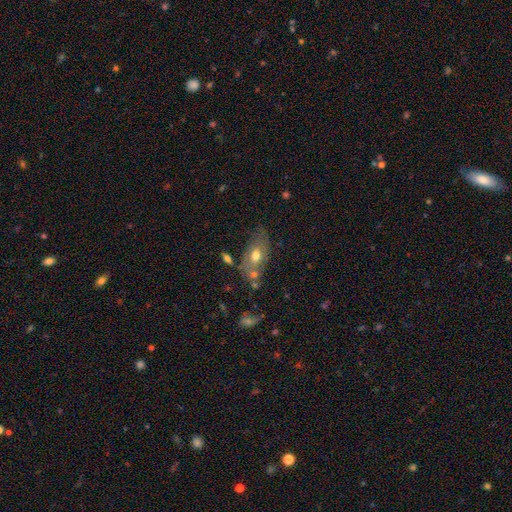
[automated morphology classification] Smooth or featured?
  - smooth: 57% *
  - featured or disk: 34%
  - star or artifact: 9%
How rounded?
  - in between: 84% *
  - round: 8%
  - cigar-shaped: 8%
Merging?
  - none: 49% *
  - minor disturbance: 25%
  - merger: 16%
  - major disturbance: 10%